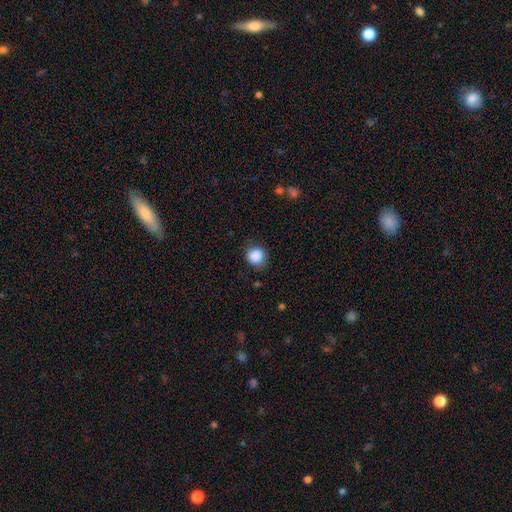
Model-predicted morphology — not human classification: Q: Smooth or featured?
A: smooth (87%); runner-up: star or artifact (9%)
Q: How rounded?
A: round (82%); runner-up: in between (17%)
Q: Merging?
A: none (78%); runner-up: minor disturbance (16%)